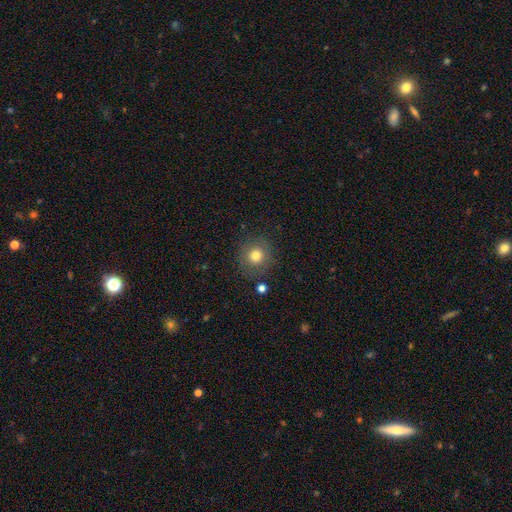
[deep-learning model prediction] A smooth galaxy with no disk features (78%) that is round (90%). Merging: none (84%).